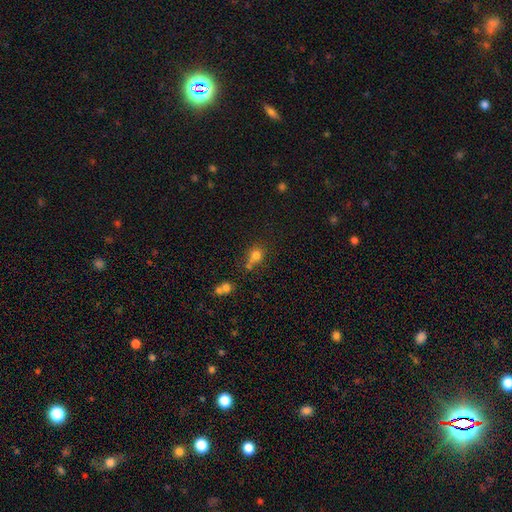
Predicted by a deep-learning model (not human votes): smooth 75%, star or artifact 15%, featured or disk 10%. Down the decision tree: how rounded — round (78%); merging — none (49%).